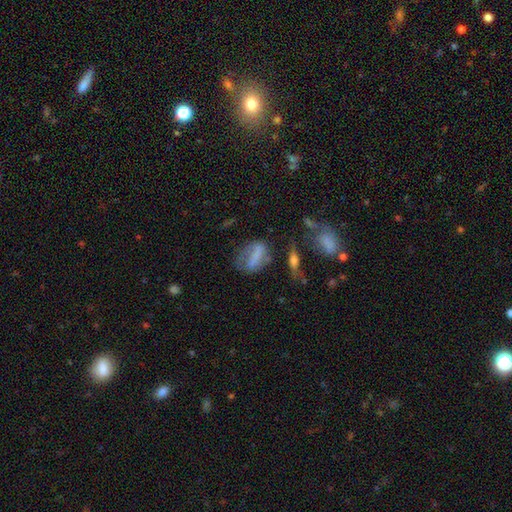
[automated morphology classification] A smooth galaxy with no disk features (58%) that is in between round and cigar-shaped (69%). Merging: none (47%).